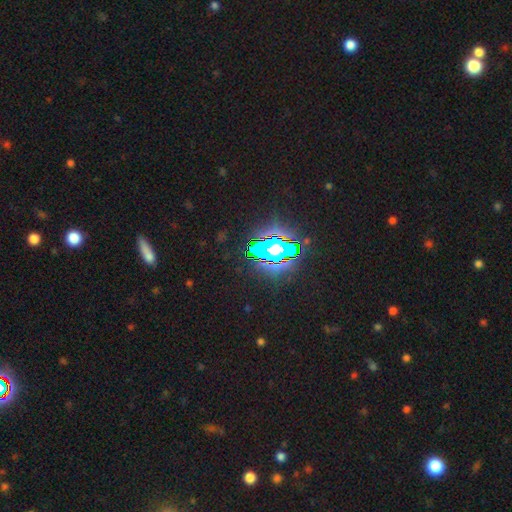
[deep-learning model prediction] smooth-or-featured: star or artifact: 77% | smooth: 12% | featured or disk: 11%